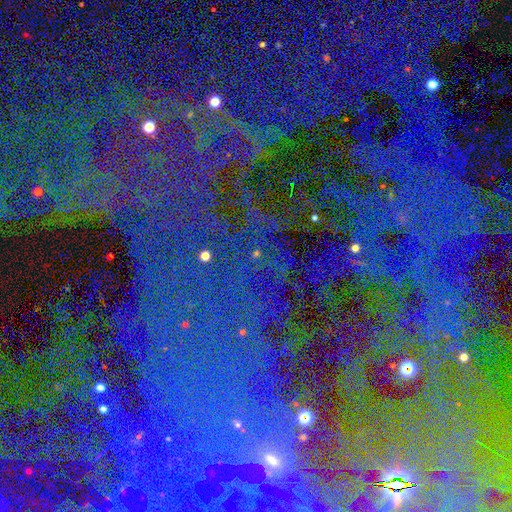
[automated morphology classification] This is clearly a star or artifact rather than a galaxy (85%).